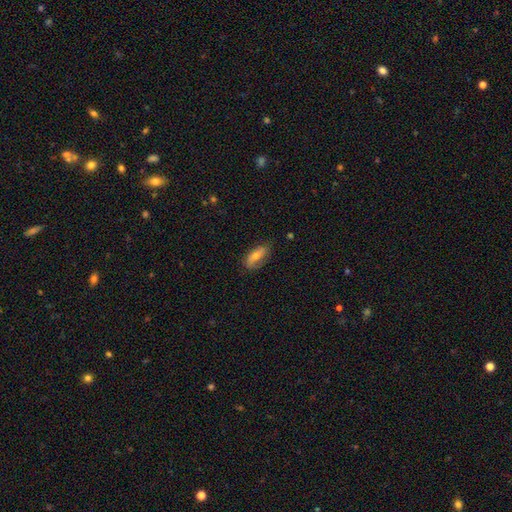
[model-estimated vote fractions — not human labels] Smooth or featured: smooth — 54% (featured or disk — 37%)
How rounded: in between — 74% (cigar-shaped — 22%)
Merging: none — 73% (minor disturbance — 20%)